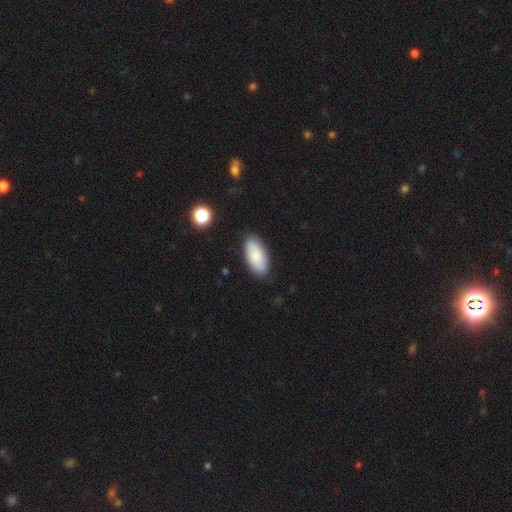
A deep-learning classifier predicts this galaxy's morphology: A smooth galaxy with no disk features (82%) that is in between round and cigar-shaped (90%). Merging: none (85%).